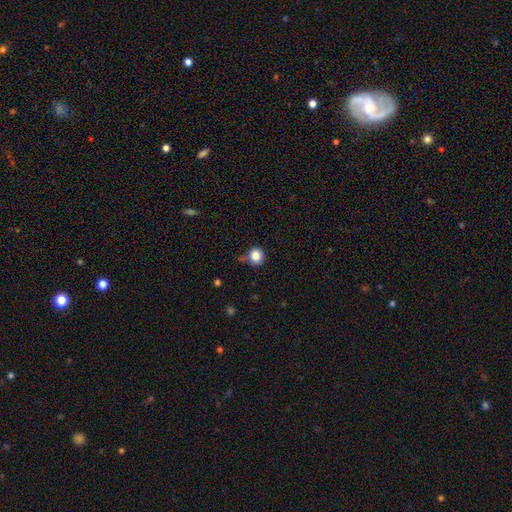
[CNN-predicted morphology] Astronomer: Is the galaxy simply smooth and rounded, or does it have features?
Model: smooth — 84%.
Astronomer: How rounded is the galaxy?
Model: round — 90%.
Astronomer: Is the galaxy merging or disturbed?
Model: none — 72%.